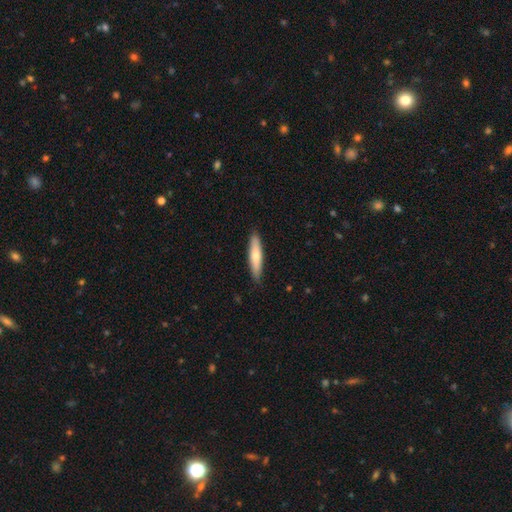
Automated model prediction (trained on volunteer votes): Morphology: type=smooth (69%); roundness=cigar-shaped (81%); merging=none (87%).